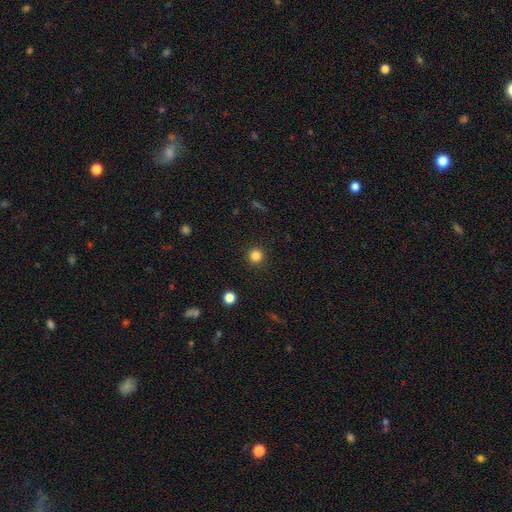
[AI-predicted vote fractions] Smooth or featured: smooth — 83% (star or artifact — 12%)
How rounded: round — 95% (in between — 4%)
Merging: none — 91% (minor disturbance — 6%)